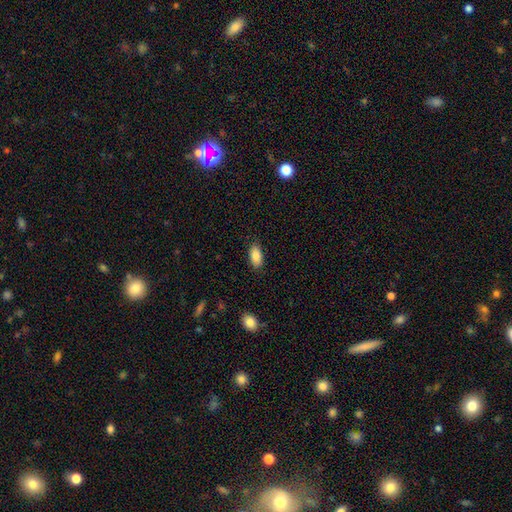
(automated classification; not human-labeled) A smooth galaxy with no disk features (85%) that is in between round and cigar-shaped (92%).

Vote fractions:
- Smooth or featured? smooth: 85% / featured or disk: 8% / star or artifact: 7%
- How rounded? in between: 92% / cigar-shaped: 4% / round: 4%
- Merging? none: 85% / minor disturbance: 11% / major disturbance: 2% / merger: 1%